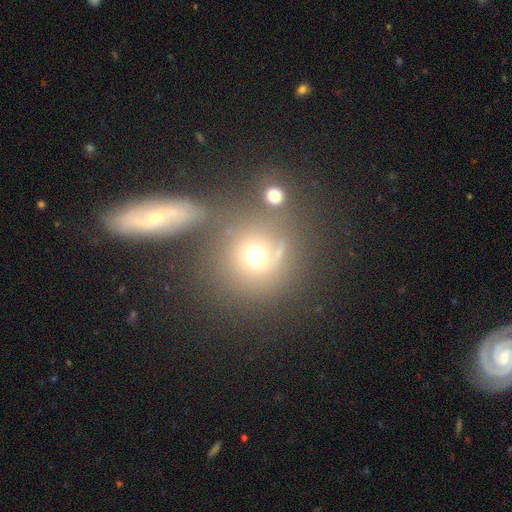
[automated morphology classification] Smooth or featured? smooth (67%)
How rounded? round (89%)
Merging? none (58%)